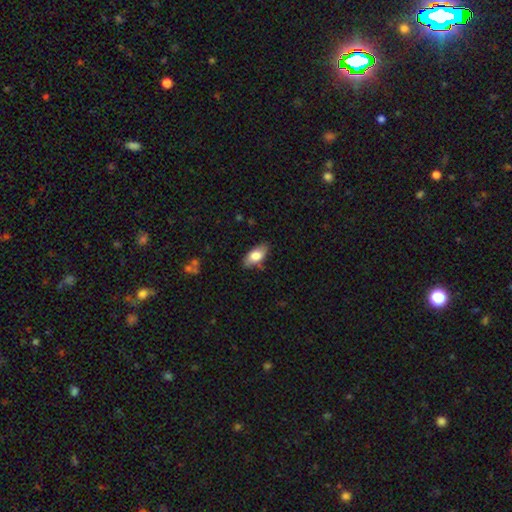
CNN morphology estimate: smooth-or-featured: smooth: 76% | featured or disk: 18% | star or artifact: 6%
  how-rounded: in between: 88% | cigar-shaped: 8% | round: 4%
  merging: none: 76% | minor disturbance: 18% | major disturbance: 3% | merger: 2%